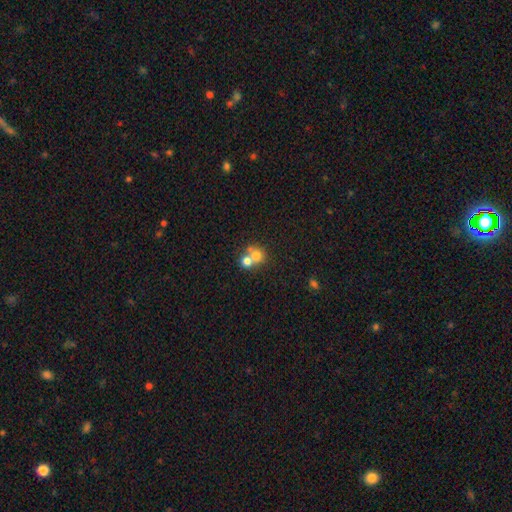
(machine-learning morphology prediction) A smooth galaxy with no disk features (71%) that is round (81%).

Vote fractions:
- Smooth or featured? smooth: 71% / featured or disk: 17% / star or artifact: 12%
- How rounded? round: 81% / in between: 18% / cigar-shaped: 1%
- Merging? merger: 60% / none: 32% / minor disturbance: 5% / major disturbance: 3%